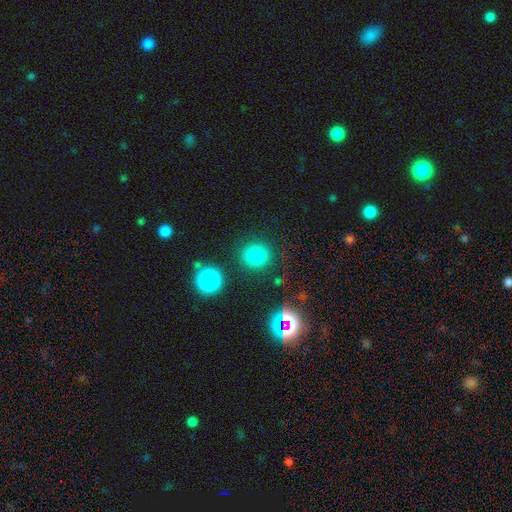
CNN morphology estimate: A smooth galaxy with no disk features (79%) that is round (90%).

Vote fractions:
- Smooth or featured? smooth: 79% / star or artifact: 15% / featured or disk: 6%
- How rounded? round: 90% / in between: 9% / cigar-shaped: 1%
- Merging? none: 87% / minor disturbance: 7% / major disturbance: 3% / merger: 3%